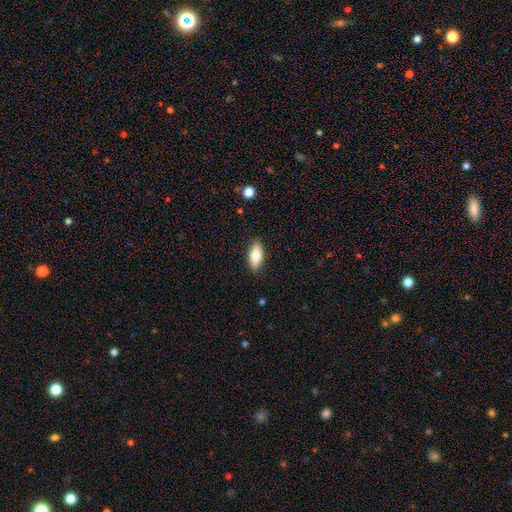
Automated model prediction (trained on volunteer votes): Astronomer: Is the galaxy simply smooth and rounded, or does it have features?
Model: smooth — 78%.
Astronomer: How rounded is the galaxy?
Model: in between — 83%.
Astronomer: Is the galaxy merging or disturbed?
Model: none — 86%.